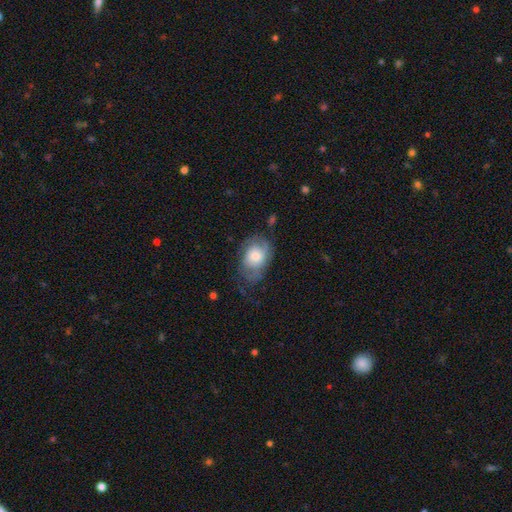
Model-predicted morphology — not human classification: Smooth or featured? Predicted: smooth (p=0.51). How rounded? Predicted: in between (p=0.78). Merging? Predicted: none (p=0.43).